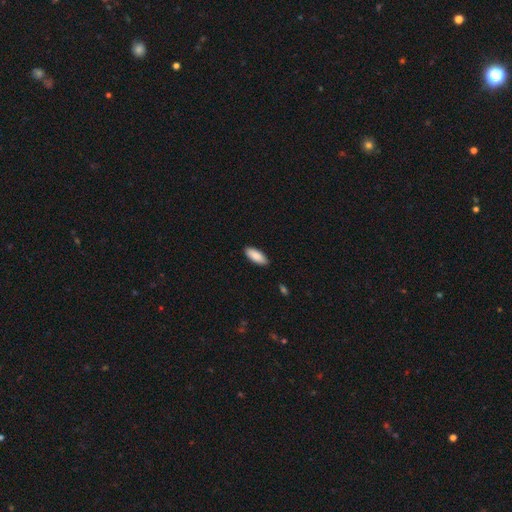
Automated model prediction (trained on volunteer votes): smooth 89%, star or artifact 5%, featured or disk 5%. Down the decision tree: how rounded — in between (79%); merging — none (87%).